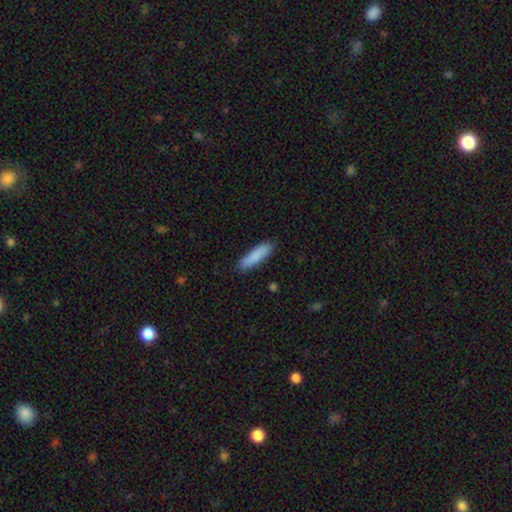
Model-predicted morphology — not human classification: Smooth or featured: smooth — 87% (featured or disk — 7%)
How rounded: cigar-shaped — 73% (in between — 26%)
Merging: none — 87% (minor disturbance — 10%)